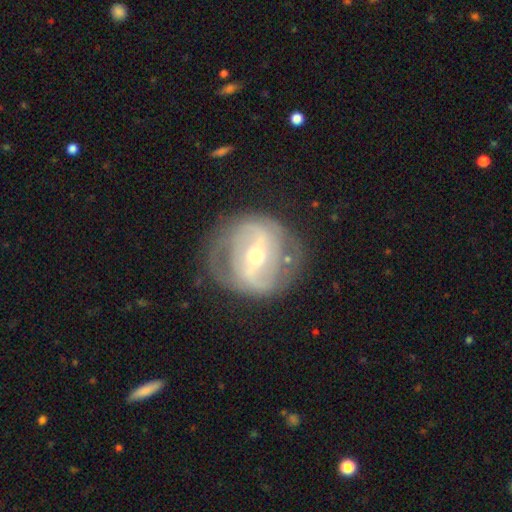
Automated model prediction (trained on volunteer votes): Overall: featured or disk (78%). Edge-on disk: no (96%). Bar: strong (43%; weak 37%). Spiral arms: yes (77%). Spiral arm count: 2 (70%). Spiral winding: medium (41%; tight 37%). Bulge size: moderate (55%; small 40%). Merging: none (71%).